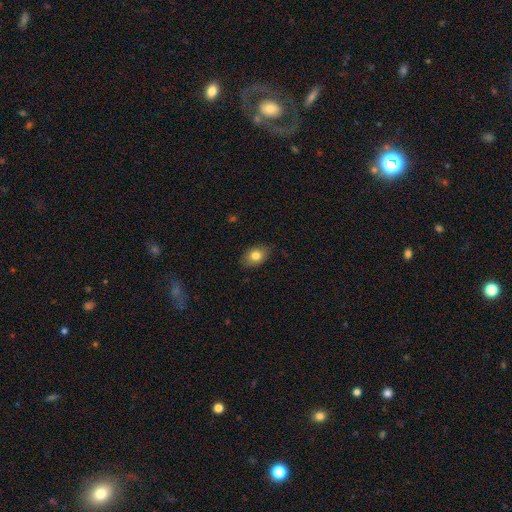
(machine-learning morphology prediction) Smooth or featured: smooth — 80% (featured or disk — 11%)
How rounded: in between — 77% (round — 22%)
Merging: none — 84% (minor disturbance — 13%)